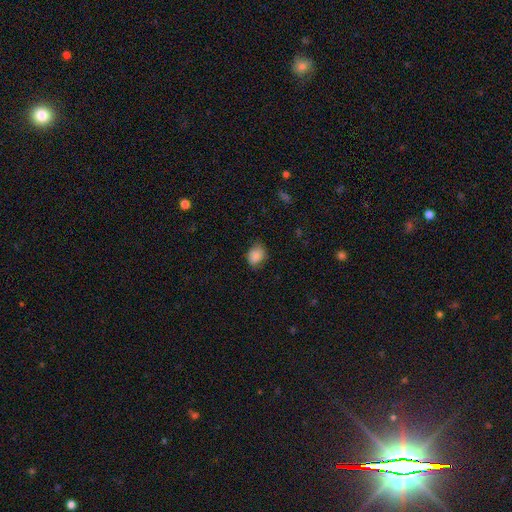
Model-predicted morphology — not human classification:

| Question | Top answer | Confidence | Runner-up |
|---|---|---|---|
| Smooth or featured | smooth | 87% | star or artifact (8%) |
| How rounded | round | 50% | tied: in between (50%) |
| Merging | none | 71% | minor disturbance (24%) |